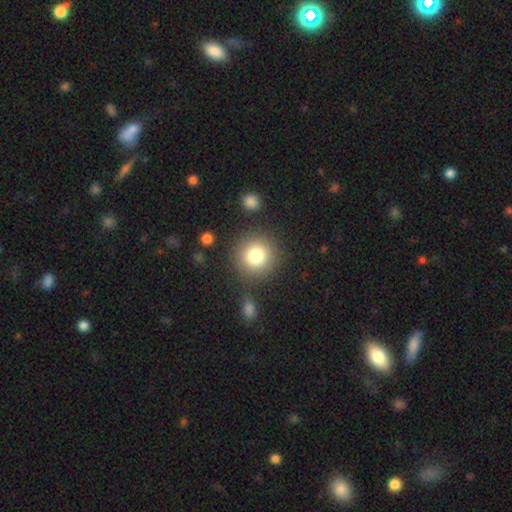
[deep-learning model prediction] This is likely a smooth galaxy (80%). How rounded: clearly round (93%). Merging: clearly none (81%).